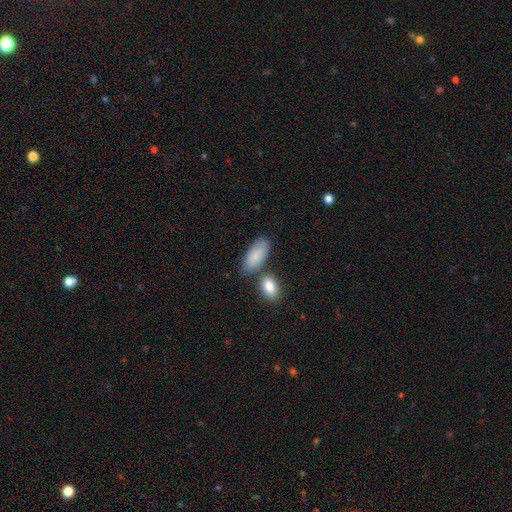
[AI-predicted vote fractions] Q: Smooth or featured?
A: smooth (85%); runner-up: featured or disk (9%)
Q: How rounded?
A: in between (89%); runner-up: cigar-shaped (8%)
Q: Merging?
A: none (61%); runner-up: merger (18%)